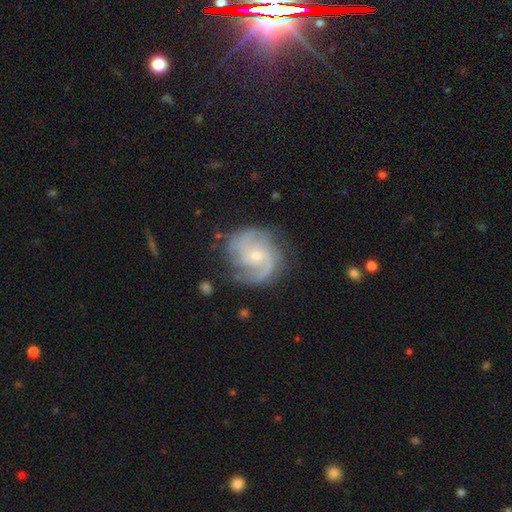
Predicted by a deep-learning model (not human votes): Q: Smooth or featured?
A: featured or disk (87%); runner-up: smooth (7%)
Q: Edge-on disk?
A: no (98%); runner-up: yes (2%)
Q: Bar?
A: no (64%); runner-up: weak (31%)
Q: Spiral arms?
A: yes (97%); runner-up: no (3%)
Q: Spiral winding?
A: medium (48%); runner-up: tight (38%)
Q: Spiral arm count?
A: 2 (55%); runner-up: 3 (20%)
Q: Bulge size?
A: small (70%); runner-up: moderate (26%)
Q: Merging?
A: none (75%); runner-up: minor disturbance (17%)